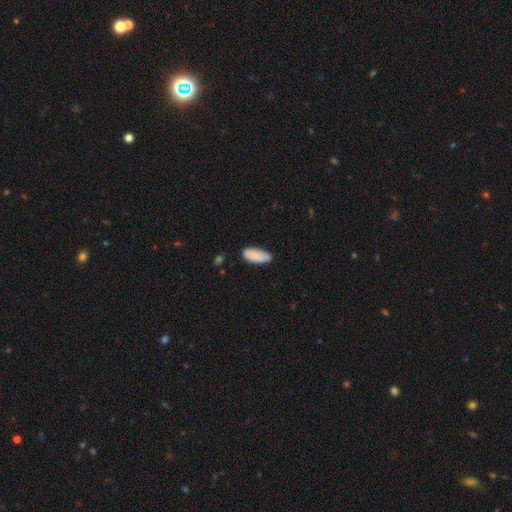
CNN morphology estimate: This appears to be a smooth galaxy with no disk features (85%) that is in between round and cigar-shaped (83%). Merging: none (76%).